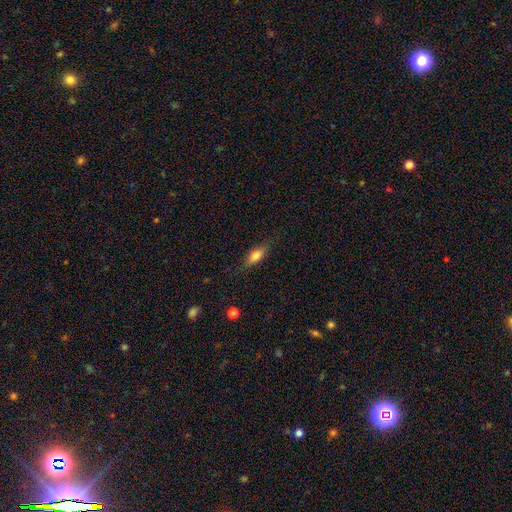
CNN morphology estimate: Q: Smooth or featured?
A: smooth (70%); runner-up: featured or disk (22%)
Q: How rounded?
A: in between (71%); runner-up: cigar-shaped (25%)
Q: Merging?
A: none (79%); runner-up: minor disturbance (16%)